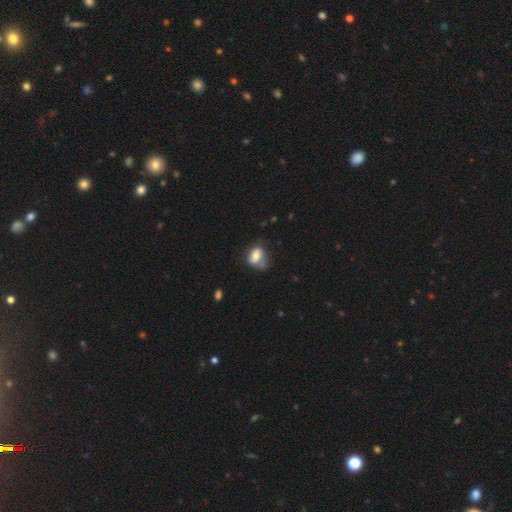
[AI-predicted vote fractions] Overall: smooth (71%). How rounded: in between (76%). Merging: none (40%; minor disturbance 32%).